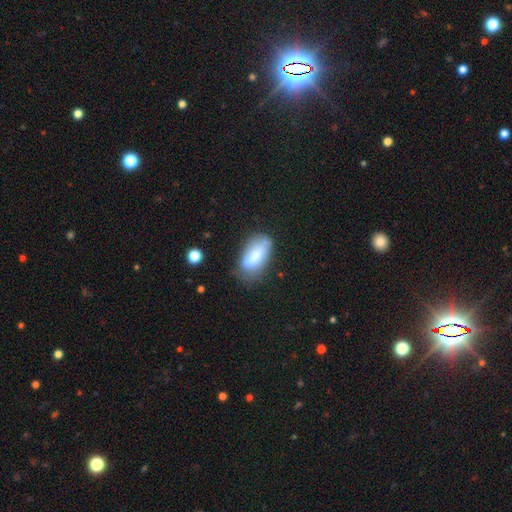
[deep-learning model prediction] Smooth or featured? smooth (69%)
How rounded? in between (89%)
Merging? none (59%)